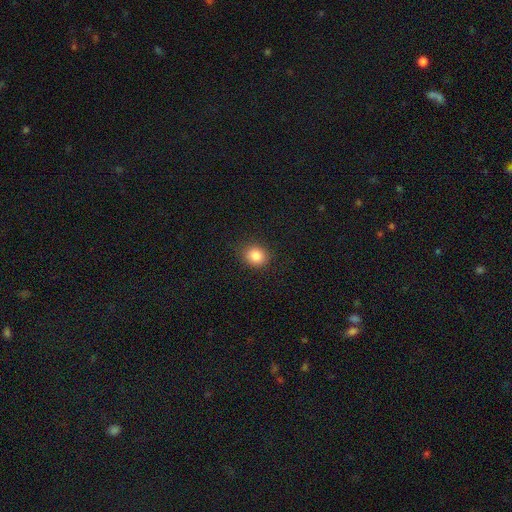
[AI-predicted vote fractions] The model was most divided on "how rounded": round: 73%, in between: 26%, cigar-shaped: 1%. More confident: merging — none (87%); smooth or featured — smooth (85%).